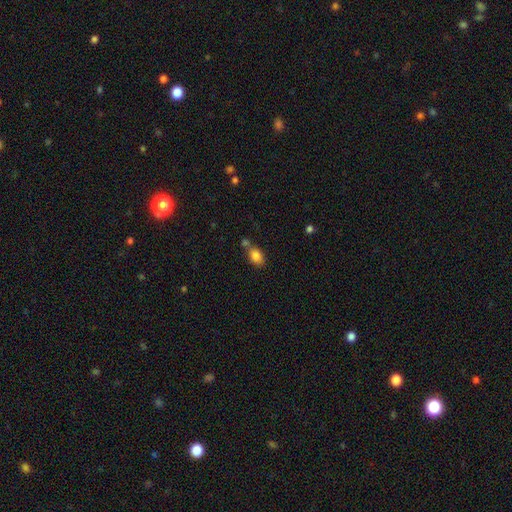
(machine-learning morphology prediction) smooth 84%, star or artifact 9%, featured or disk 7%. Down the decision tree: how rounded — in between (77%); merging — none (58%).